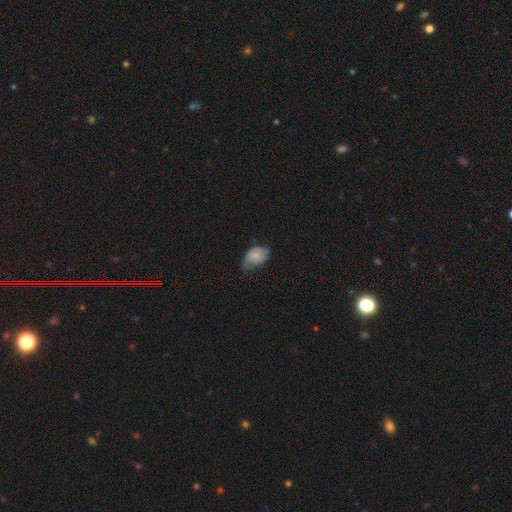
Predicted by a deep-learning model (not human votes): A smooth galaxy with no disk features (81%) that is in between round and cigar-shaped (89%). Merging: minor disturbance (45%).